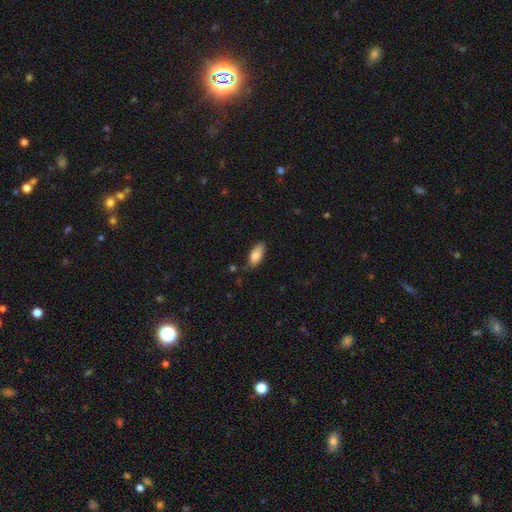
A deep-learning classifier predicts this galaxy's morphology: A smooth galaxy with no disk features (81%) that is in between round and cigar-shaped (87%).

Vote fractions:
- Smooth or featured? smooth: 81% / featured or disk: 12% / star or artifact: 7%
- How rounded? in between: 87% / cigar-shaped: 10% / round: 3%
- Merging? none: 72% / minor disturbance: 21% / major disturbance: 4% / merger: 3%